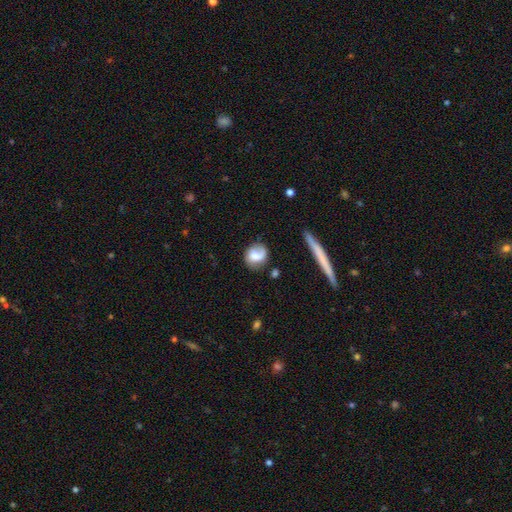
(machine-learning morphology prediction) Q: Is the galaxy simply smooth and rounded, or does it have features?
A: smooth — 54%.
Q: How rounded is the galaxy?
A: round — 63%.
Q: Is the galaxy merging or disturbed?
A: none — 58%.